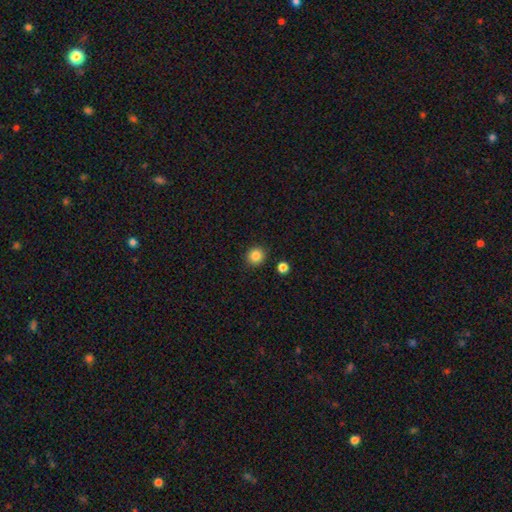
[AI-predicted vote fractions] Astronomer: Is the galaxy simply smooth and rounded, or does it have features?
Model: smooth — 86%.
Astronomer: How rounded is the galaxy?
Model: round — 92%.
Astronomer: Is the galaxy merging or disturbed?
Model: none — 90%.